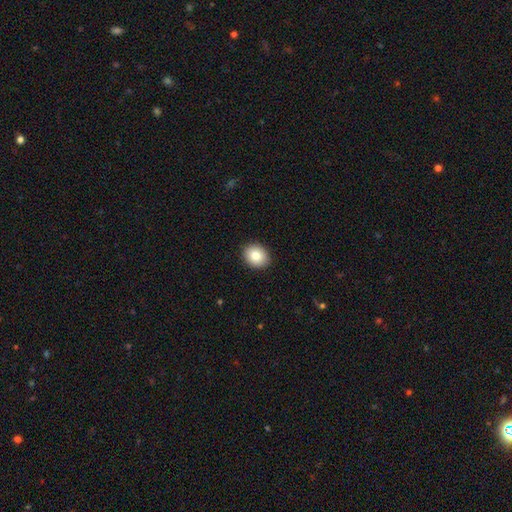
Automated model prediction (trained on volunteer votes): A smooth galaxy with no disk features (83%) that is round (57%). Merging: none (90%).